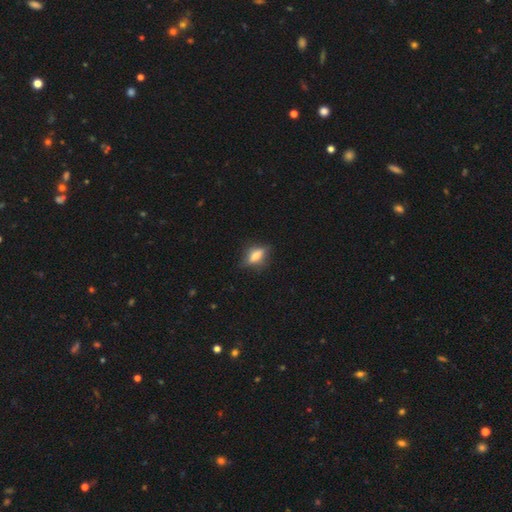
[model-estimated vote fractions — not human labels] smooth 57%, featured or disk 33%, star or artifact 10%. Down the decision tree: how rounded — in between (57%); merging — none (77%).